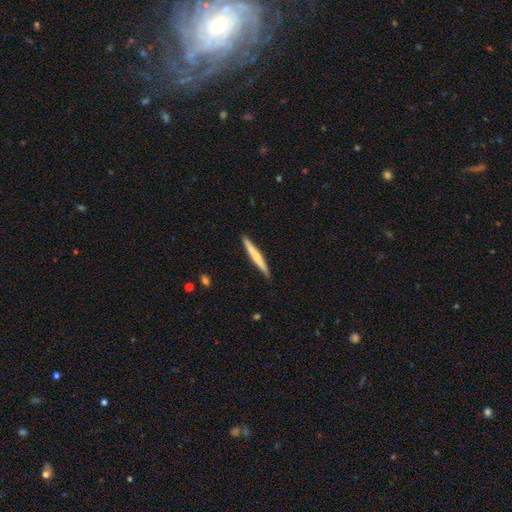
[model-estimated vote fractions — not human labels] Smooth or featured?
  - smooth: 55% *
  - featured or disk: 40%
  - star or artifact: 5%
How rounded?
  - cigar-shaped: 96% *
  - in between: 3%
  - round: 1%
Merging?
  - none: 90% *
  - minor disturbance: 7%
  - major disturbance: 1%
  - merger: 1%